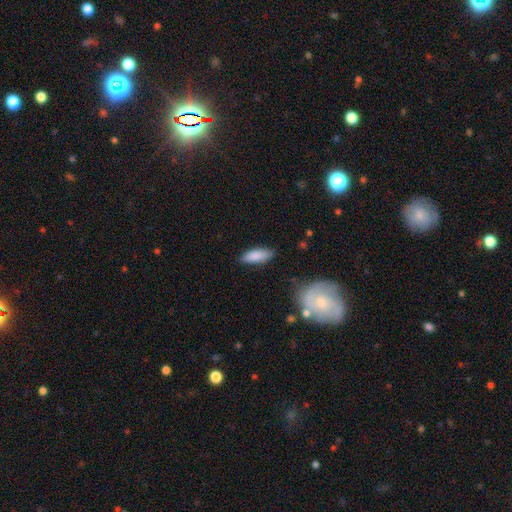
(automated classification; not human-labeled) smooth 84%, featured or disk 10%, star or artifact 6%. Down the decision tree: how rounded — in between (65%); merging — none (80%).